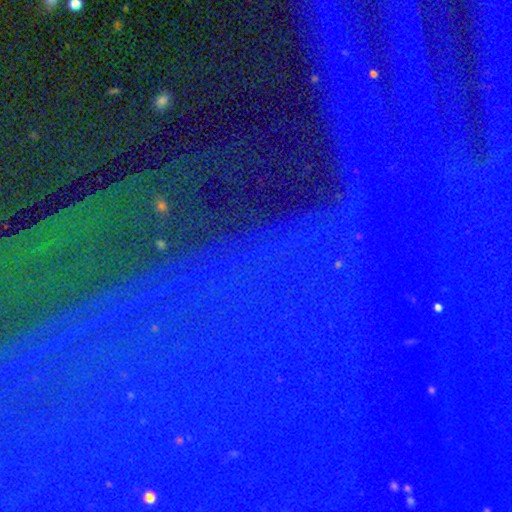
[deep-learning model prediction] Smooth or featured: star or artifact — 87% (featured or disk — 7%)